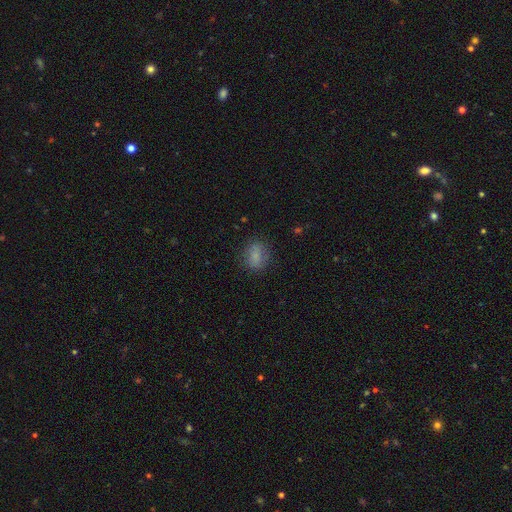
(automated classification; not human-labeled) The model was most divided on "how rounded": in between: 58%, round: 39%, cigar-shaped: 3%. More confident: smooth or featured — smooth (80%); merging — none (77%).